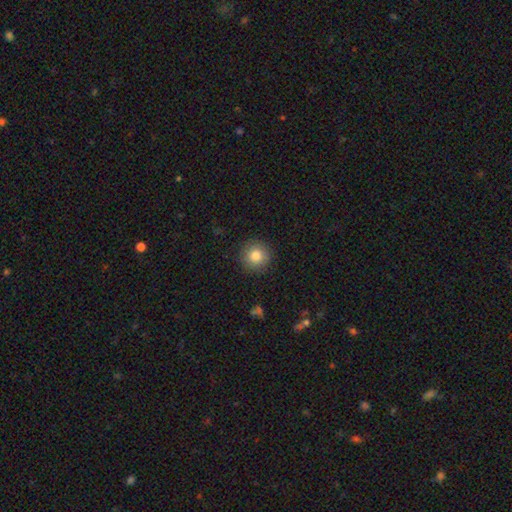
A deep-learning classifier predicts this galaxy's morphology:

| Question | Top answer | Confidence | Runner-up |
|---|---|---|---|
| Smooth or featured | smooth | 83% | star or artifact (10%) |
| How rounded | round | 95% | in between (4%) |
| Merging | none | 91% | minor disturbance (6%) |